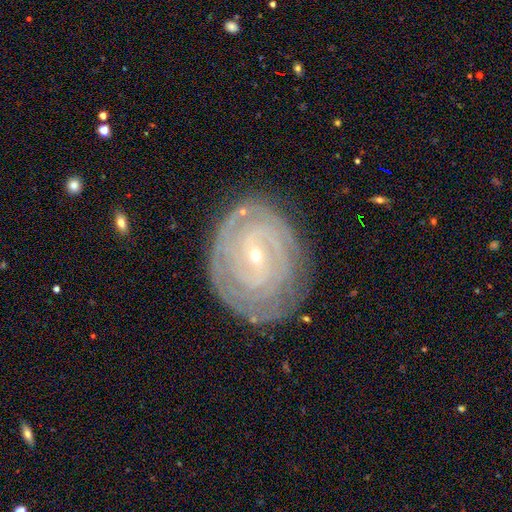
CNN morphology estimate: A featured or disk galaxy (87%) with no bar (44%), tight (84%) spiral arms (95%) and a small central bulge (80%). Merging: none (80%).